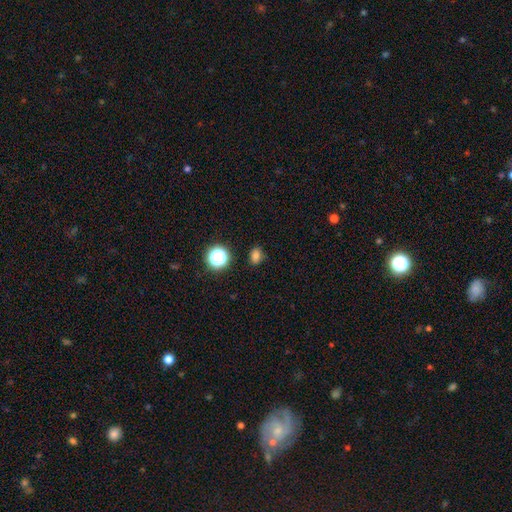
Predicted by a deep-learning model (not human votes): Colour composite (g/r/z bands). It shows a smooth galaxy with no disk features (77%) that is in between round and cigar-shaped (64%). Merging: none (82%).